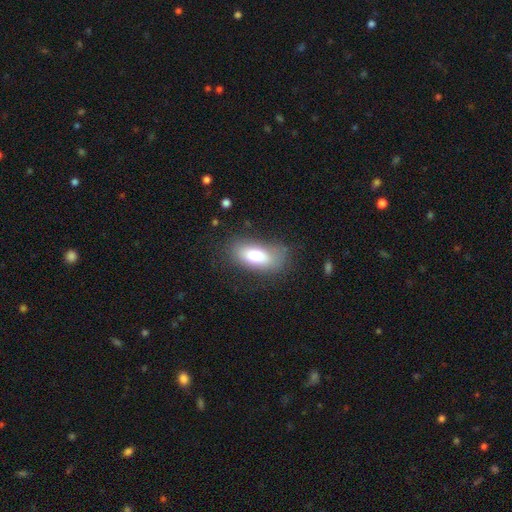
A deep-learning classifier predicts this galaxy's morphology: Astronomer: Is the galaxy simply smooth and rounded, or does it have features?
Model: smooth — 76%.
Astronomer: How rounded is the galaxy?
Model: in between — 87%.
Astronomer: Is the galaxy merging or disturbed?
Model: none — 73%.